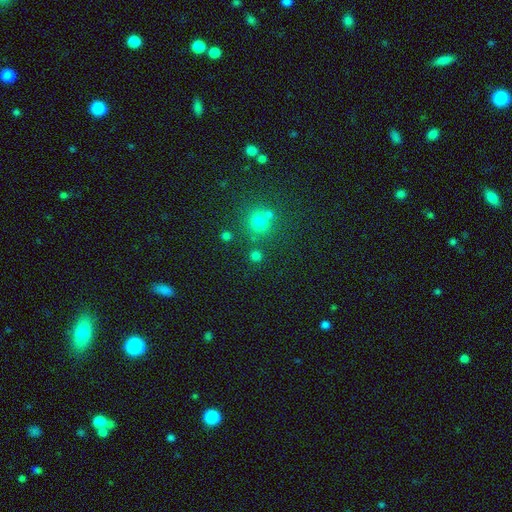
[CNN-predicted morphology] Smooth or featured? Predicted: smooth (p=0.73). How rounded? Predicted: round (p=0.91). Merging? Predicted: none (p=0.76).